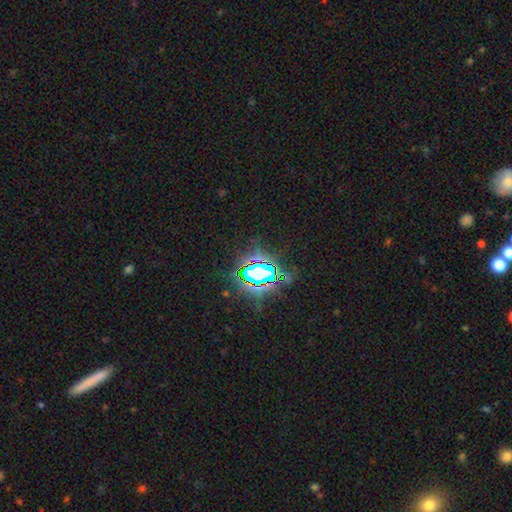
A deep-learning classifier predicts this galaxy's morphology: Smooth or featured? Predicted: star or artifact (p=0.82).